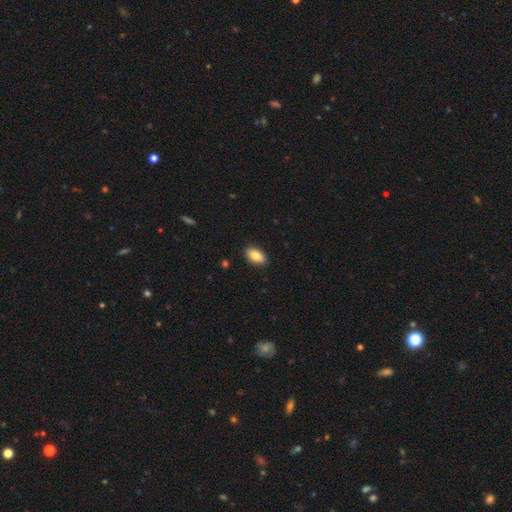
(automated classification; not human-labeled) Q: Smooth or featured?
A: smooth (83%); runner-up: featured or disk (9%)
Q: How rounded?
A: in between (92%); runner-up: round (6%)
Q: Merging?
A: none (89%); runner-up: minor disturbance (9%)